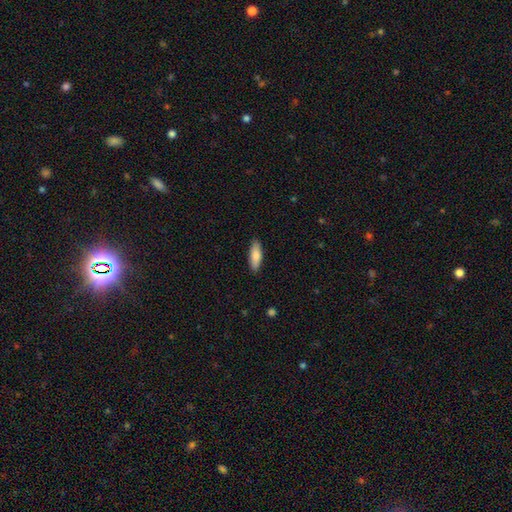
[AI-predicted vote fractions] smooth_or_featured: smooth (p=0.82) [alt: featured or disk p=0.13]
how_rounded: in between (p=0.57) [alt: cigar-shaped p=0.41]
merging: none (p=0.88) [alt: minor disturbance p=0.09]